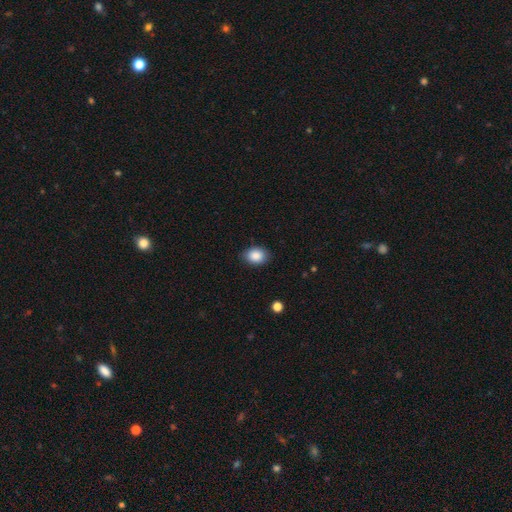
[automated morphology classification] smooth 88%, star or artifact 8%, featured or disk 4%. Down the decision tree: how rounded — in between (69%); merging — none (85%).